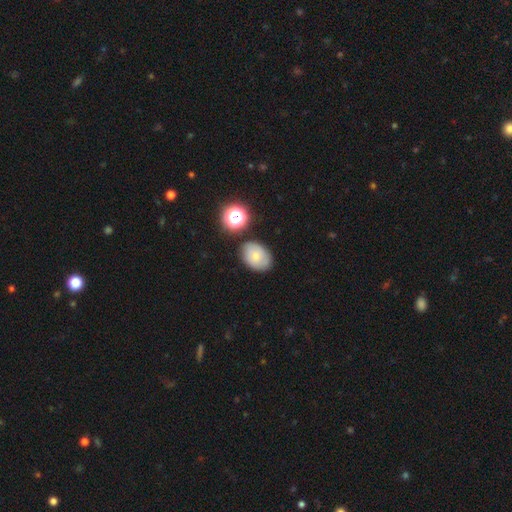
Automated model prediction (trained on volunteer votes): Morphology: type=smooth (70%); roundness=in between (74%); merging=none (77%).